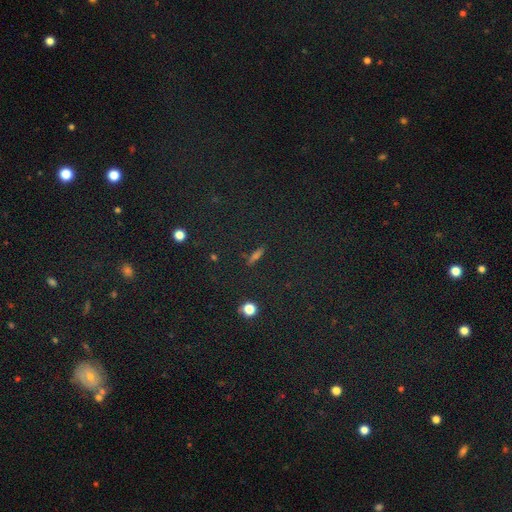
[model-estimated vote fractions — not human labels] Morphology: type=smooth (51%); roundness=cigar-shaped (61%); merging=none (87%).